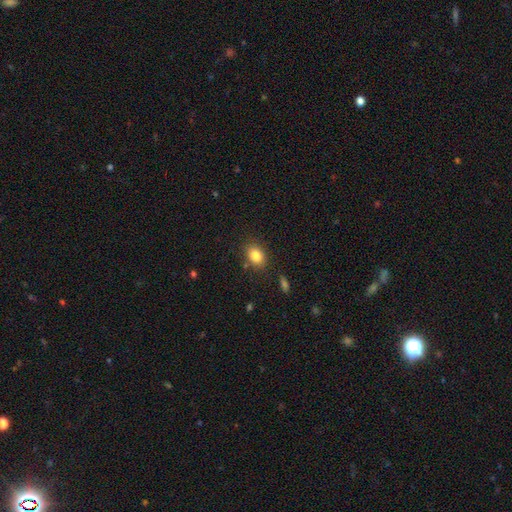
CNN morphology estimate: Q: Smooth or featured?
A: smooth (83%); runner-up: star or artifact (9%)
Q: How rounded?
A: in between (70%); runner-up: round (29%)
Q: Merging?
A: none (81%); runner-up: minor disturbance (12%)